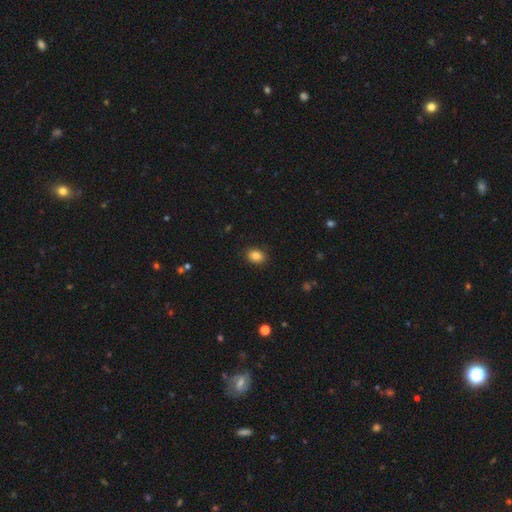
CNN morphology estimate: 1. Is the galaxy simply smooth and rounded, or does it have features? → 86% smooth, 9% star or artifact, 5% featured or disk.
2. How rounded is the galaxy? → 60% in between, 39% round, 1% cigar-shaped.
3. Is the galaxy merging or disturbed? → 88% none, 8% minor disturbance, 2% major disturbance, 1% merger.